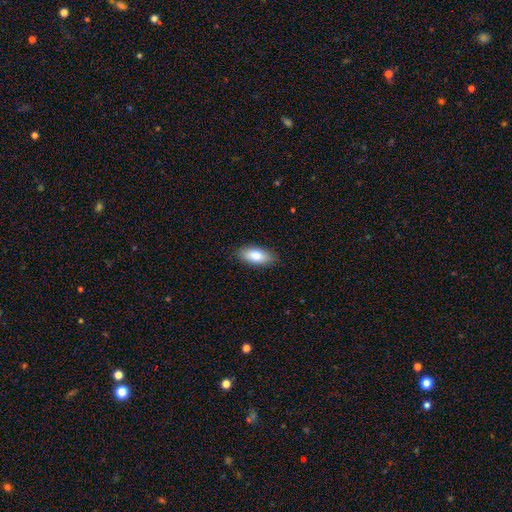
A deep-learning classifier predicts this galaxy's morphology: Q: Smooth or featured?
A: smooth (81%); runner-up: featured or disk (12%)
Q: How rounded?
A: in between (85%); runner-up: cigar-shaped (12%)
Q: Merging?
A: none (87%); runner-up: minor disturbance (10%)